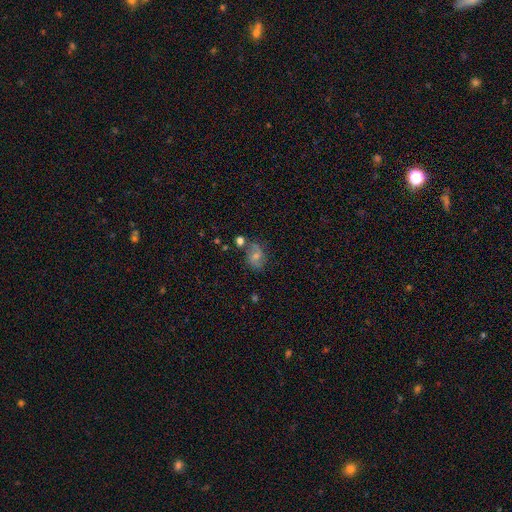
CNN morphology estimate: Smooth or featured? featured or disk (49%)
Merging? none (66%)